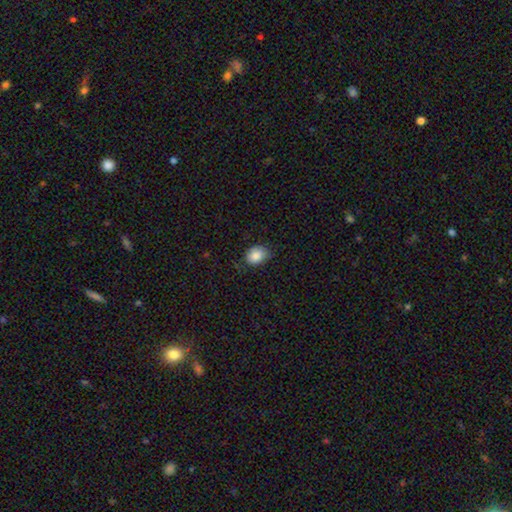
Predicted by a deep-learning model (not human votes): Smooth or featured? Predicted: smooth (p=0.86). How rounded? Predicted: in between (p=0.59). Merging? Predicted: none (p=0.73).